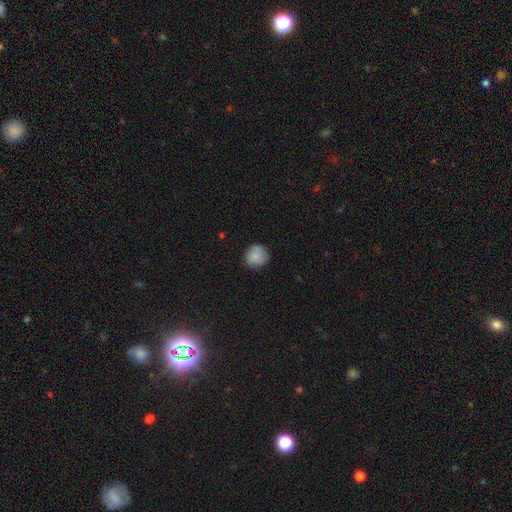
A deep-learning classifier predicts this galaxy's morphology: Q: Smooth or featured?
A: smooth (80%); runner-up: featured or disk (13%)
Q: How rounded?
A: round (89%); runner-up: in between (10%)
Q: Merging?
A: none (81%); runner-up: minor disturbance (15%)